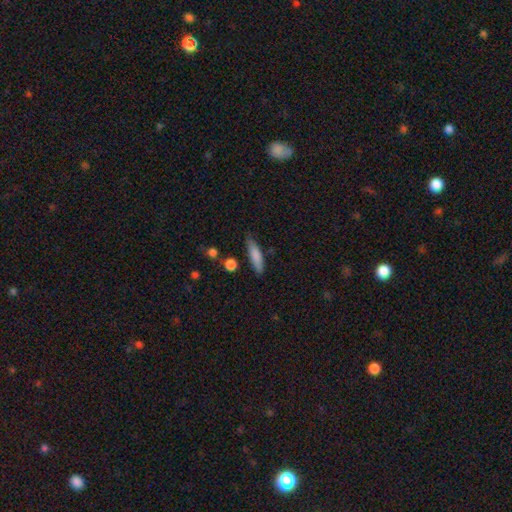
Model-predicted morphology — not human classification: A smooth galaxy with no disk features (81%) that is cigar-shaped (71%).

Vote fractions:
- Smooth or featured? smooth: 81% / featured or disk: 12% / star or artifact: 7%
- How rounded? cigar-shaped: 71% / in between: 27% / round: 2%
- Merging? none: 79% / minor disturbance: 15% / merger: 3% / major disturbance: 3%